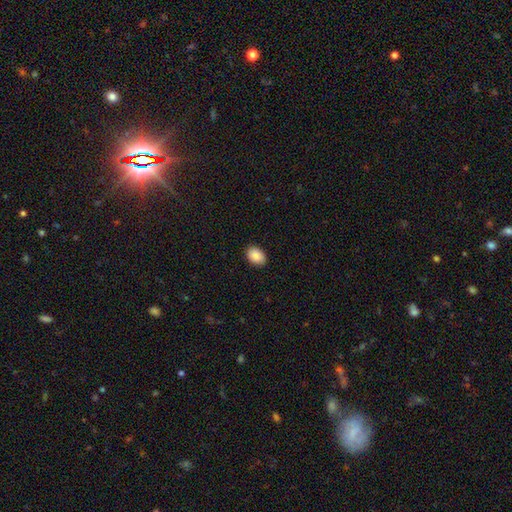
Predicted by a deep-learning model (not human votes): Morphology: type=smooth (89%); roundness=in between (81%); merging=none (90%).